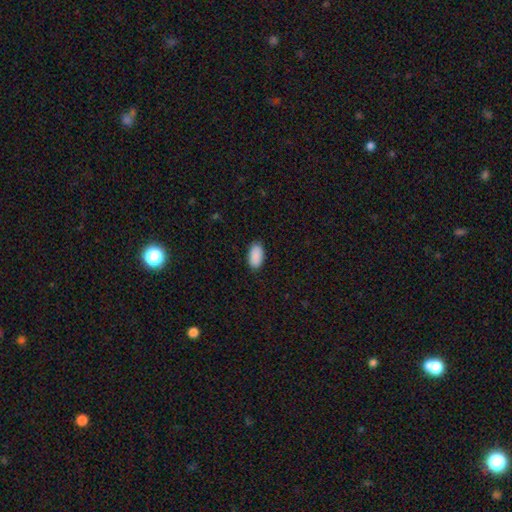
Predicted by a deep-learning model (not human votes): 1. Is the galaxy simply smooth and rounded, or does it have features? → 91% smooth, 7% star or artifact, 3% featured or disk.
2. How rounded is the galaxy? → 95% in between, 3% round, 2% cigar-shaped.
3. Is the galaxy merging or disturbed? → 88% none, 9% minor disturbance, 2% major disturbance, 1% merger.